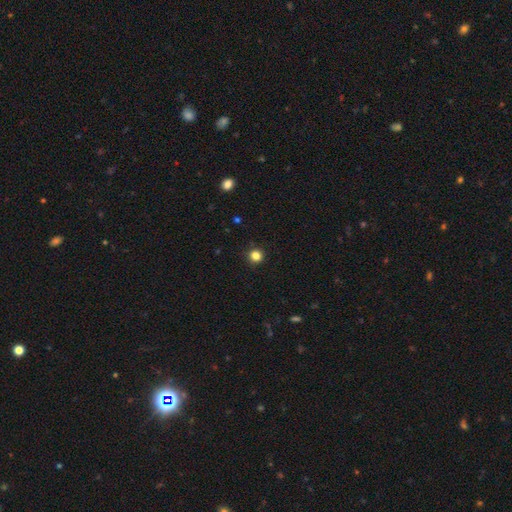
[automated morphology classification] Overall: smooth (84%). How rounded: round (94%). Merging: none (92%).